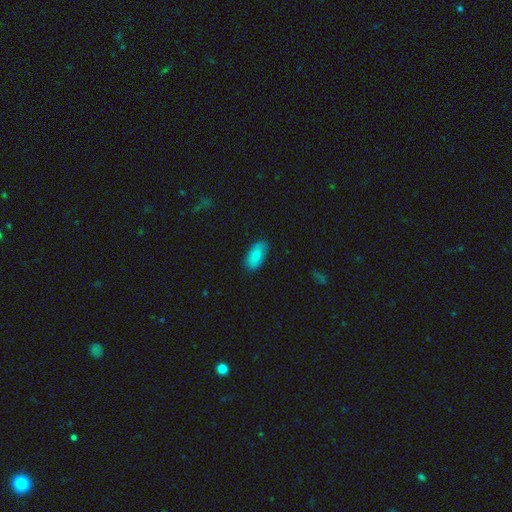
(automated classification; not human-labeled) The model was most divided on "merging": none: 83%, minor disturbance: 14%, major disturbance: 3%, merger: 1%. More confident: how rounded — in between (94%); smooth or featured — smooth (82%).